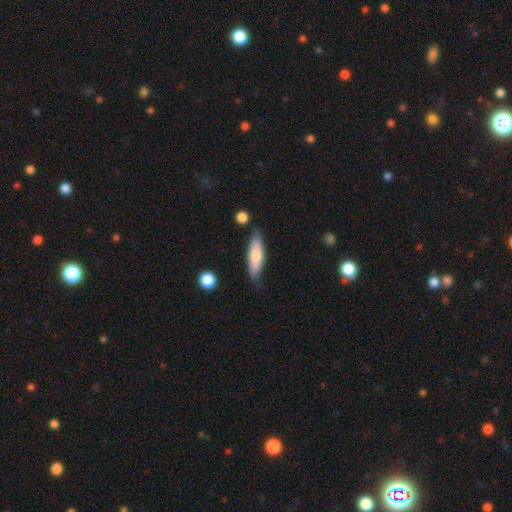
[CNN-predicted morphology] Q: Smooth or featured?
A: smooth (70%); runner-up: featured or disk (25%)
Q: How rounded?
A: cigar-shaped (58%); runner-up: in between (40%)
Q: Merging?
A: none (71%); runner-up: minor disturbance (21%)